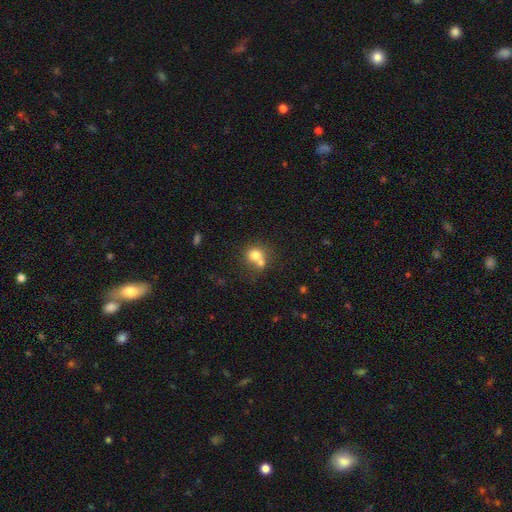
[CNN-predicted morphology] Smooth or featured? smooth (73%)
How rounded? round (78%)
Merging? merger (49%)